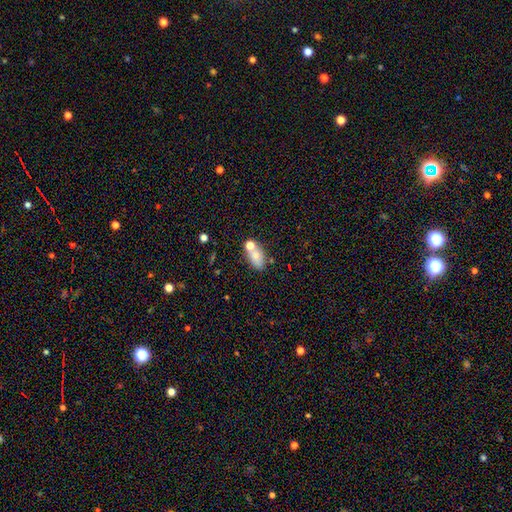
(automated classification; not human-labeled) This appears to be a smooth galaxy with no disk features (72%) that is in between round and cigar-shaped (84%). Merging: none (53%).